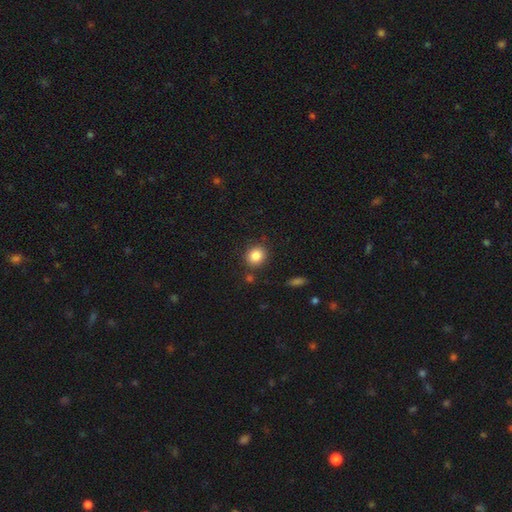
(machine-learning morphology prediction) This appears to be a smooth galaxy with no disk features (85%) that is round (80%). Merging: none (84%).